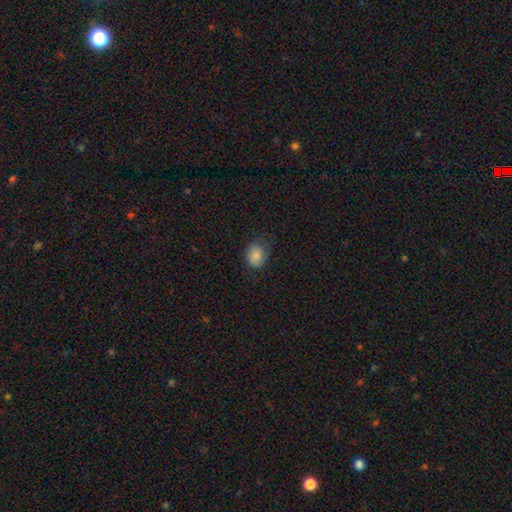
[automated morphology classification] Q: Smooth or featured?
A: smooth (83%); runner-up: star or artifact (9%)
Q: How rounded?
A: round (66%); runner-up: in between (33%)
Q: Merging?
A: none (66%); runner-up: minor disturbance (26%)